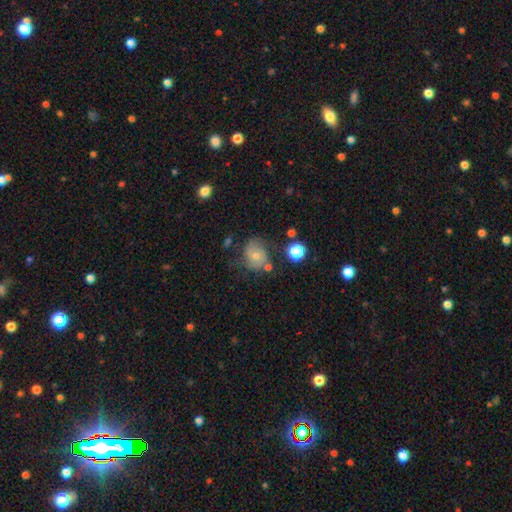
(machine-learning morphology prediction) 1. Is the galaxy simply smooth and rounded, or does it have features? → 46% smooth, 42% featured or disk, 12% star or artifact.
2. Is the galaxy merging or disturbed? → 55% none, 26% minor disturbance, 12% major disturbance, 8% merger.